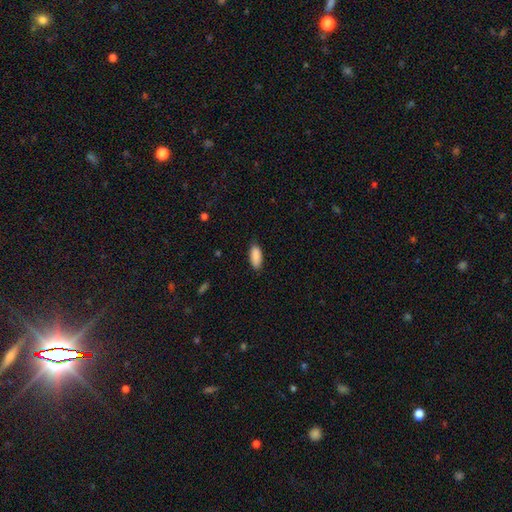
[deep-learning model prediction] smooth-or-featured: smooth: 90% | star or artifact: 6% | featured or disk: 4%
  how-rounded: in between: 84% | cigar-shaped: 14% | round: 2%
  merging: none: 82% | minor disturbance: 15% | major disturbance: 3% | merger: 1%